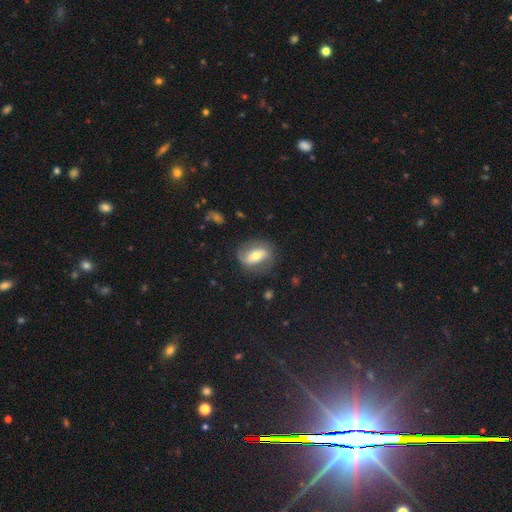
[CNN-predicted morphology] Smooth or featured: featured or disk — 50% (smooth — 43%)
Merging: none — 75% (minor disturbance — 16%)